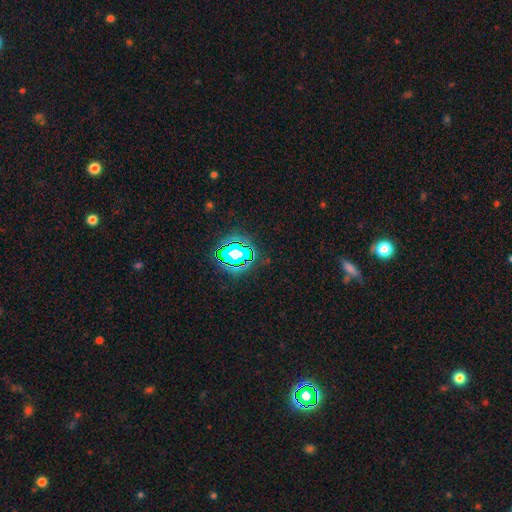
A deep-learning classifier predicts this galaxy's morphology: A star or artifact, not a galaxy (77%).

Vote fractions:
- Smooth or featured? star or artifact: 77% / smooth: 15% / featured or disk: 8%